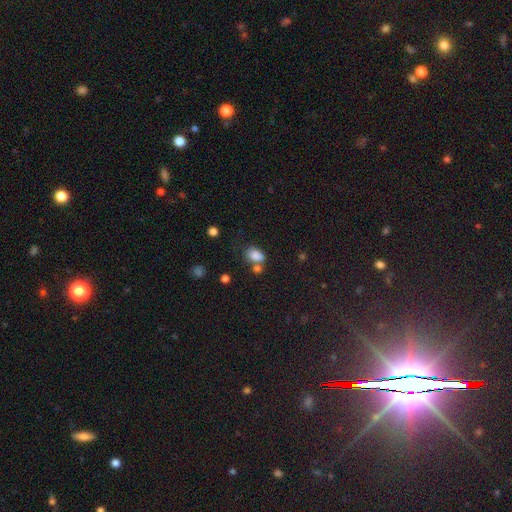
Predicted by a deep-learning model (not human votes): A smooth galaxy with no disk features (83%) that is in between round and cigar-shaped (80%).

Vote fractions:
- Smooth or featured? smooth: 83% / star or artifact: 11% / featured or disk: 7%
- How rounded? in between: 80% / round: 19% / cigar-shaped: 1%
- Merging? none: 43% / merger: 34% / minor disturbance: 16% / major disturbance: 7%